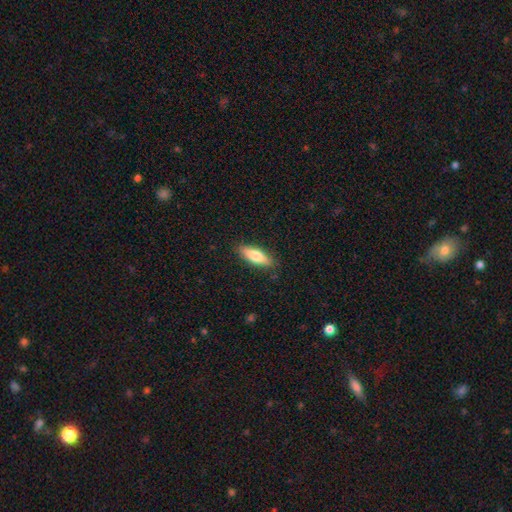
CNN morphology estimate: Q: Smooth or featured?
A: smooth (71%); runner-up: featured or disk (23%)
Q: How rounded?
A: in between (56%); runner-up: cigar-shaped (42%)
Q: Merging?
A: none (86%); runner-up: minor disturbance (11%)